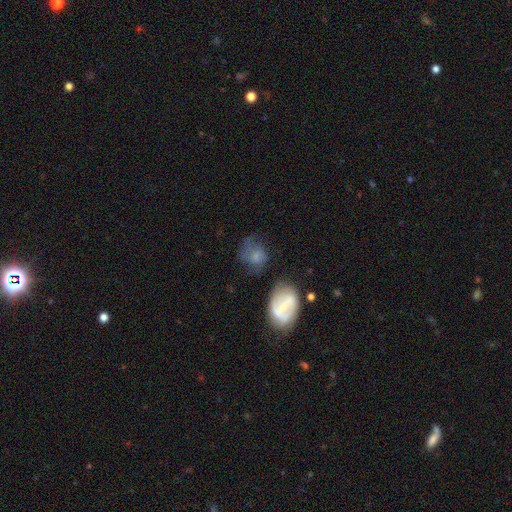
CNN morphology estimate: This appears to be a smooth galaxy with no disk features (59%) that is round (58%). Merging: none (41%).